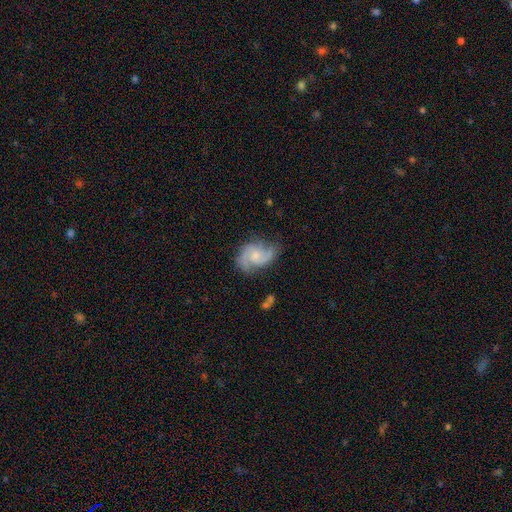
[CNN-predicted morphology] The model was most divided on "bulge size": small: 48%, moderate: 39%, none: 9%, large: 3%, dominant: 1%. More confident: edge-on disk — no (98%); spiral arms — yes (95%); smooth or featured — featured or disk (78%); spiral arm count — 2 (72%); bar — no (65%); merging — none (64%); spiral winding — medium (51%).